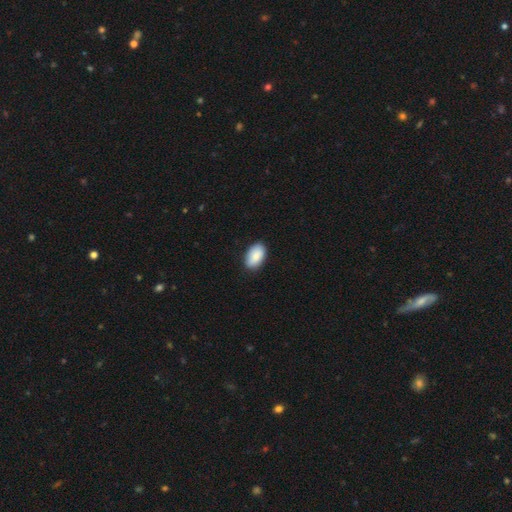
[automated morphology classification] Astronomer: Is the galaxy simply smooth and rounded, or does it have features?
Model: smooth — 88%.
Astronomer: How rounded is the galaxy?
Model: in between — 94%.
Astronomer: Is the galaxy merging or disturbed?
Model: none — 87%.